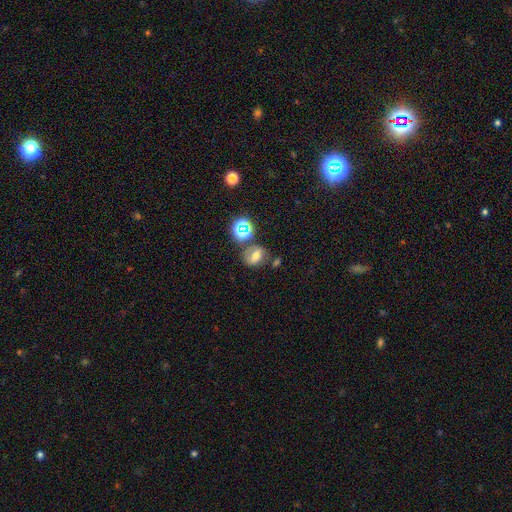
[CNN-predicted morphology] smooth_or_featured: smooth (p=0.52) [alt: featured or disk p=0.25]
how_rounded: round (p=0.57) [alt: in between p=0.41]
merging: none (p=0.61) [alt: merger p=0.17]